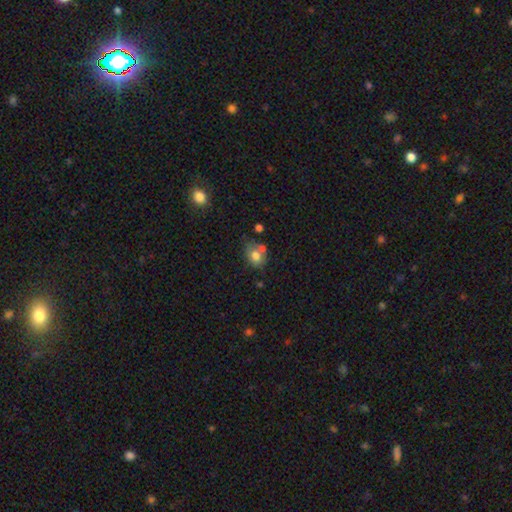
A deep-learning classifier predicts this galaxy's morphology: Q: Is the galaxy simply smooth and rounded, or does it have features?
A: smooth — 72%.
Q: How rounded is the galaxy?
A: in between — 55%.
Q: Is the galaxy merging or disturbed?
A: none — 44%.